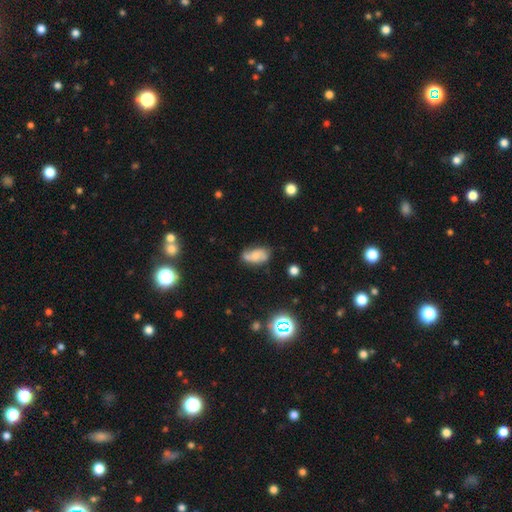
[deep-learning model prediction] Smooth or featured: smooth — 48% (featured or disk — 40%)
Merging: none — 57% (minor disturbance — 26%)